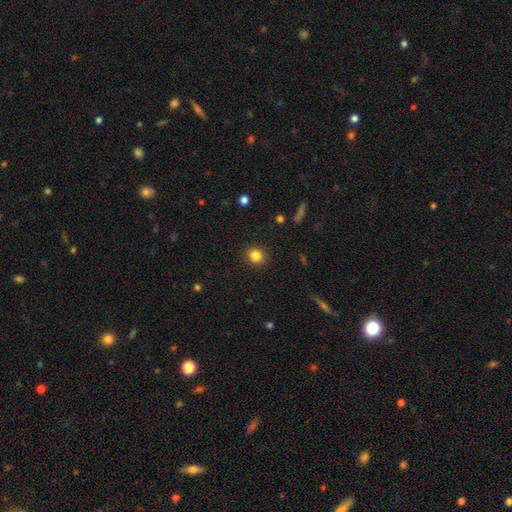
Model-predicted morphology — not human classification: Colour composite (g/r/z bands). It shows a smooth galaxy with no disk features (84%) that is round (82%). Merging: none (90%).